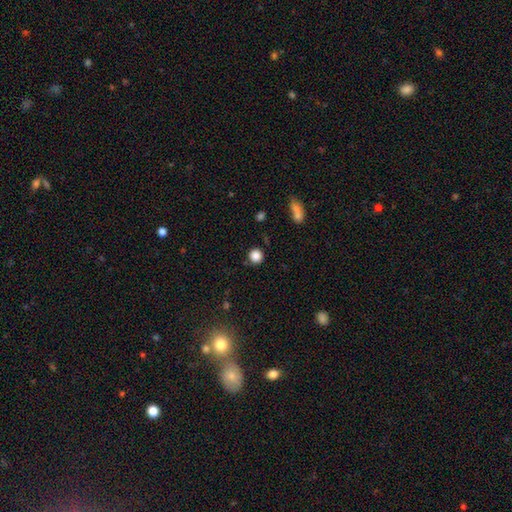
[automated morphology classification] Q: Smooth or featured?
A: smooth (86%); runner-up: star or artifact (10%)
Q: How rounded?
A: round (93%); runner-up: in between (6%)
Q: Merging?
A: none (87%); runner-up: minor disturbance (7%)